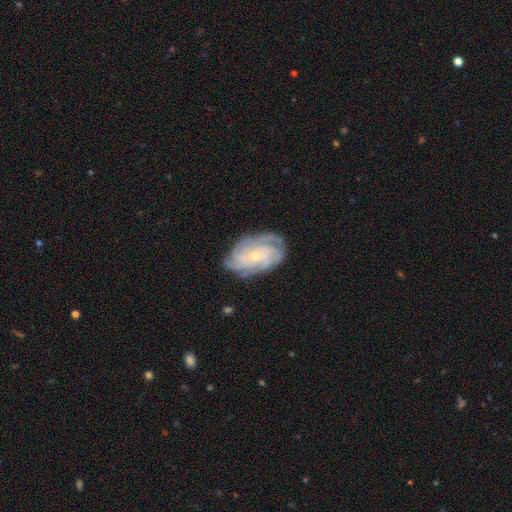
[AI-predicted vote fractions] This is clearly a featured or disk galaxy (84%). It is clearly not viewed edge-on (96%). Bar: likely no (70%). Spiral arm pattern: clearly yes (97%). Spiral arm count: marginally 4 (32%). Spiral winding: likely tight (69%). Central bulge: likely small (73%). Merging: likely none (78%).